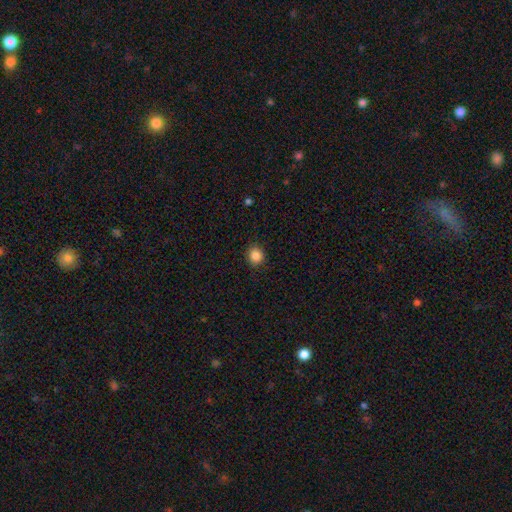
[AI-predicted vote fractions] This is clearly a smooth galaxy (86%). How rounded: clearly round (84%). Merging: clearly none (89%).